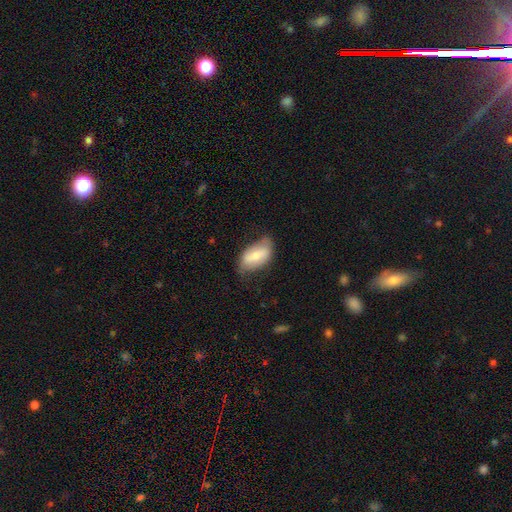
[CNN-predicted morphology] Smooth or featured? Predicted: smooth (p=0.63). How rounded? Predicted: in between (p=0.92). Merging? Predicted: none (p=0.56).